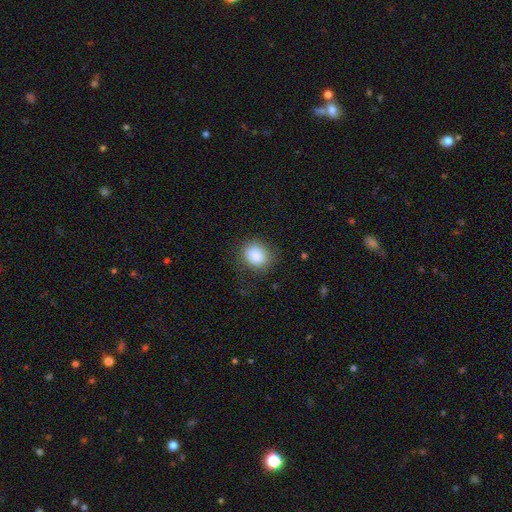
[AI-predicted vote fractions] Smooth or featured?
  - smooth: 87% *
  - star or artifact: 8%
  - featured or disk: 5%
How rounded?
  - round: 59% *
  - in between: 40%
  - cigar-shaped: 1%
Merging?
  - none: 80% *
  - minor disturbance: 14%
  - major disturbance: 5%
  - merger: 1%